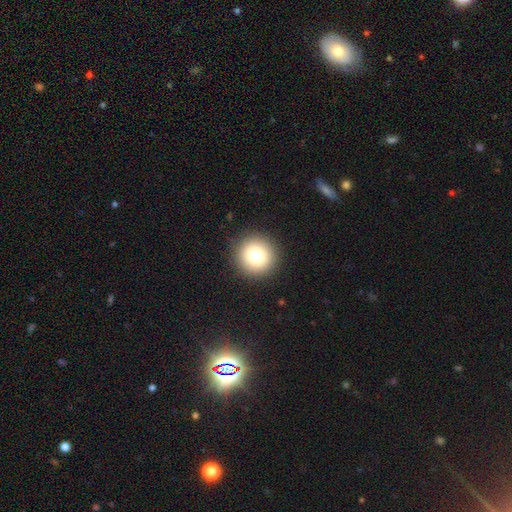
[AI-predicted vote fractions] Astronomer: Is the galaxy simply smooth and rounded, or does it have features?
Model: smooth — 78%.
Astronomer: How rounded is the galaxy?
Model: round — 95%.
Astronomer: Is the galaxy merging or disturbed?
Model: none — 91%.